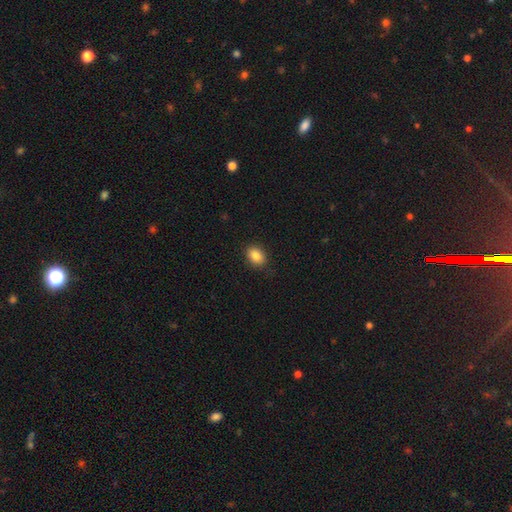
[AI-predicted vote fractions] This is clearly a smooth galaxy (84%). How rounded: likely in between (65%). Merging: clearly none (87%).